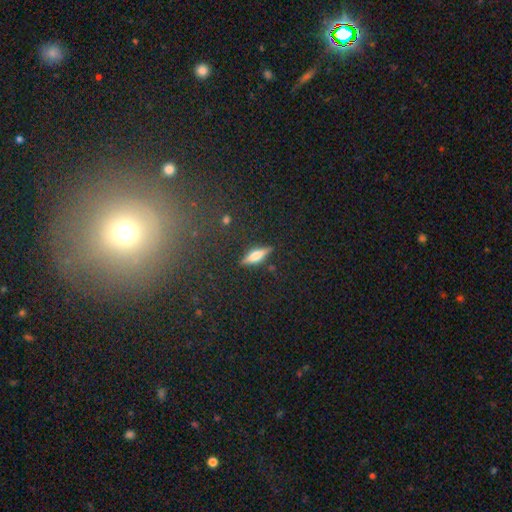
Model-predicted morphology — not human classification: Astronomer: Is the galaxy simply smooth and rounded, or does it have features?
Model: smooth — 49% (runner-up: featured or disk, 41%).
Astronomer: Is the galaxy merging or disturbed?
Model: none — 86%.